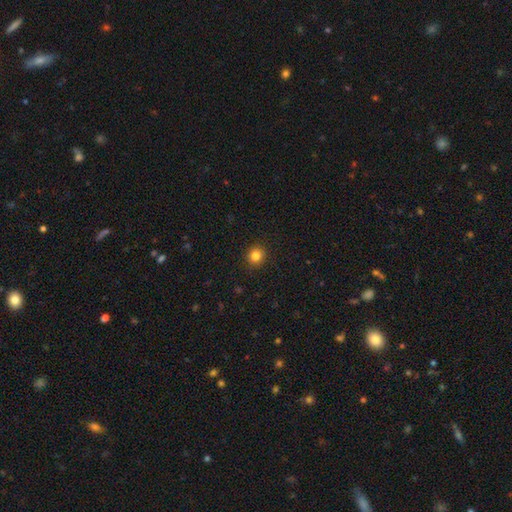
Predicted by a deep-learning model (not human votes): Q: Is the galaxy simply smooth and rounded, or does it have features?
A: smooth — 83%.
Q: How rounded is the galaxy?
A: round — 87%.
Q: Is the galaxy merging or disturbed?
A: none — 92%.